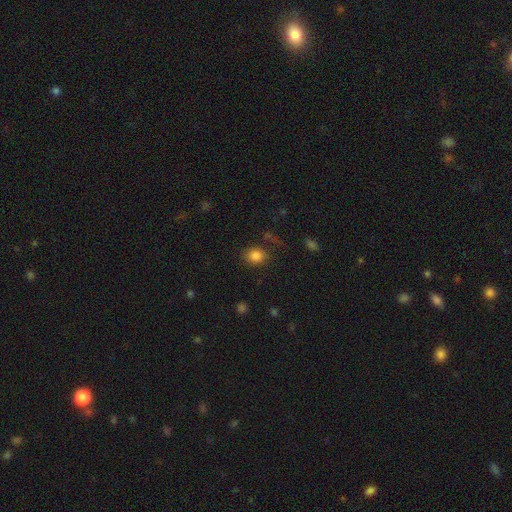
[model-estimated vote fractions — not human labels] smooth-or-featured: smooth: 83% | star or artifact: 12% | featured or disk: 6%
  how-rounded: round: 64% | in between: 35% | cigar-shaped: 1%
  merging: none: 75% | minor disturbance: 14% | major disturbance: 7% | merger: 4%